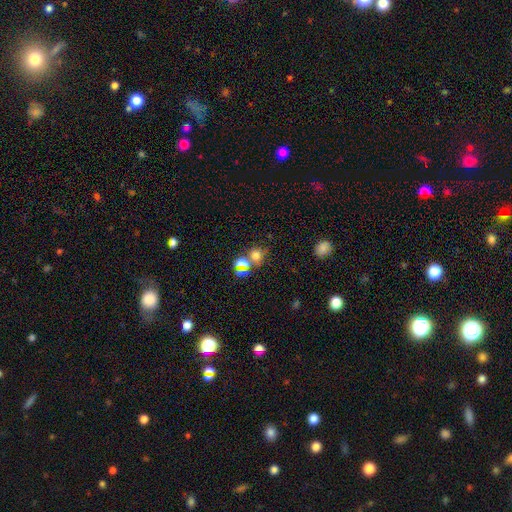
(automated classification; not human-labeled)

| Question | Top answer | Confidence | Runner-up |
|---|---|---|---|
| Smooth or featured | smooth | 66% | star or artifact (25%) |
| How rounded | round | 75% | in between (24%) |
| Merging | none | 58% | merger (28%) |